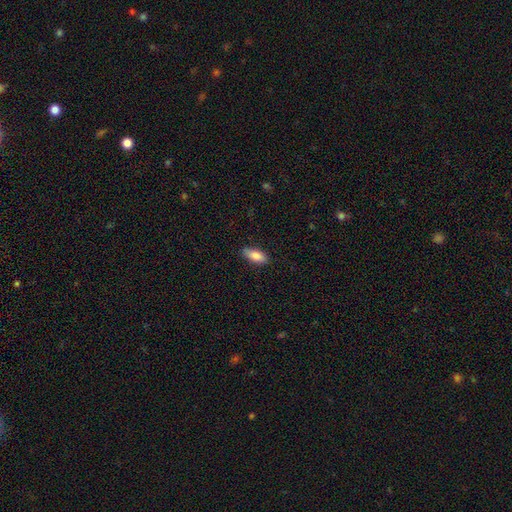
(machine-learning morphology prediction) type=smooth (84%); roundness=in between (80%); merging=none (87%).